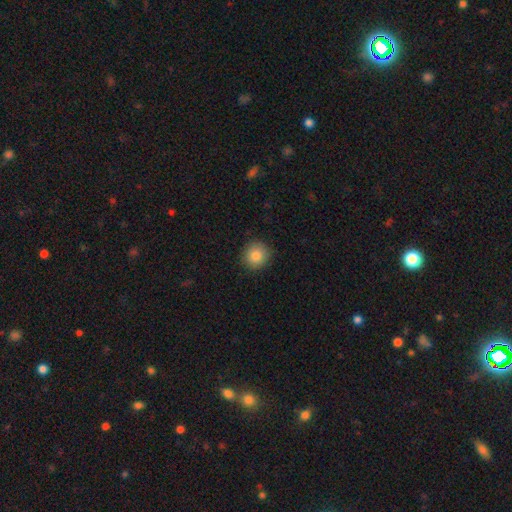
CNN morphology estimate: Smooth or featured: smooth — 85% (star or artifact — 10%)
How rounded: round — 91% (in between — 8%)
Merging: none — 90% (minor disturbance — 7%)